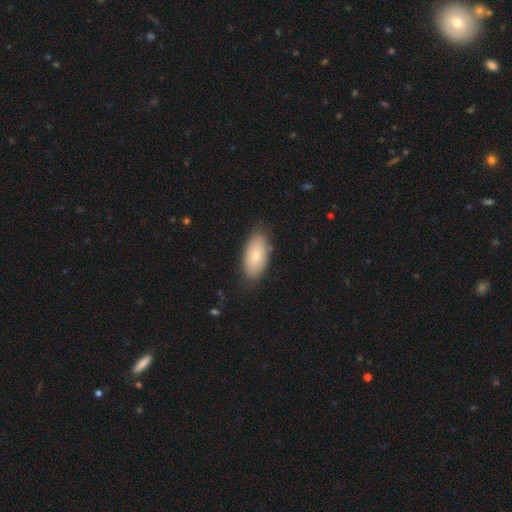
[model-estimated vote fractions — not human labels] Smooth or featured? smooth (69%)
How rounded? in between (93%)
Merging? none (79%)